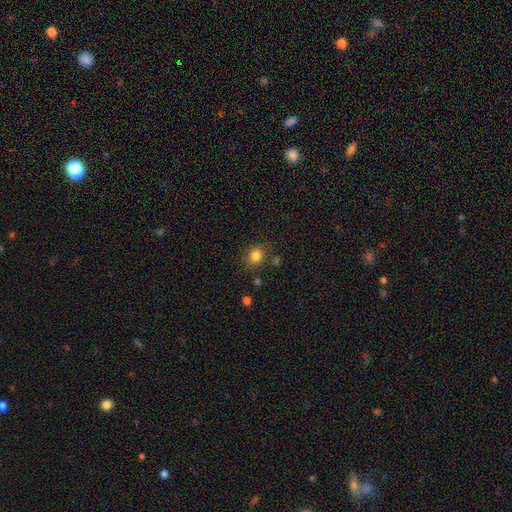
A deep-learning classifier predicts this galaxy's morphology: A smooth galaxy with no disk features (83%) that is round (65%). Merging: none (77%).